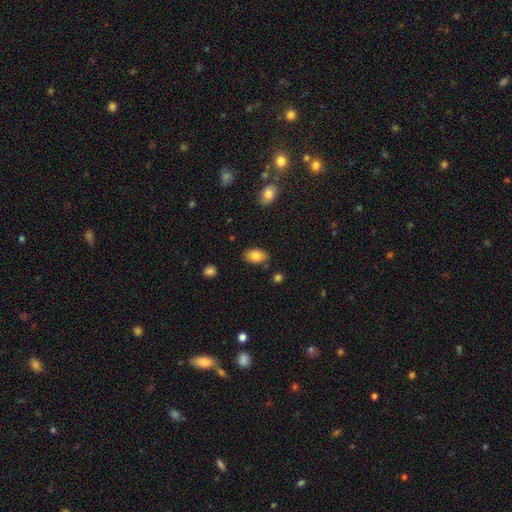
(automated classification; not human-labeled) Smooth or featured?
  - smooth: 83% *
  - featured or disk: 9%
  - star or artifact: 8%
How rounded?
  - in between: 91% *
  - round: 8%
  - cigar-shaped: 1%
Merging?
  - none: 83% *
  - minor disturbance: 12%
  - major disturbance: 2%
  - merger: 2%